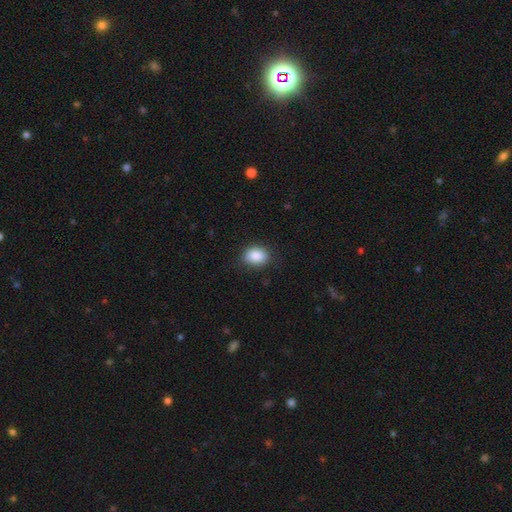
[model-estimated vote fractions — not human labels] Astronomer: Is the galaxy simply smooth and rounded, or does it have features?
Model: smooth — 88%.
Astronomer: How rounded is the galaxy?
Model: in between — 67%.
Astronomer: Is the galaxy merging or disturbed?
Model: none — 83%.